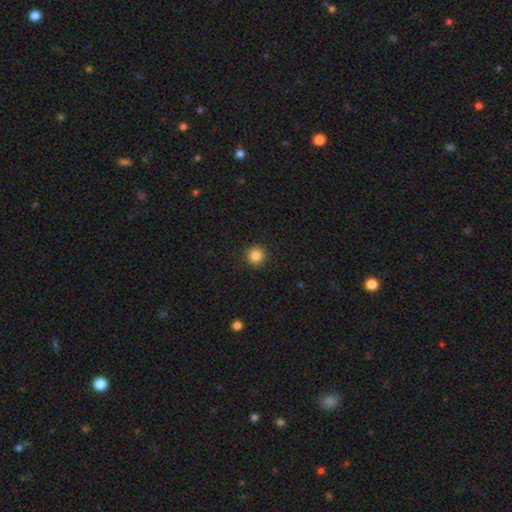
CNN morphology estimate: smooth-or-featured: smooth: 85% | star or artifact: 11% | featured or disk: 4%
  how-rounded: round: 95% | in between: 4% | cigar-shaped: 1%
  merging: none: 93% | minor disturbance: 5% | major disturbance: 2% | merger: 1%